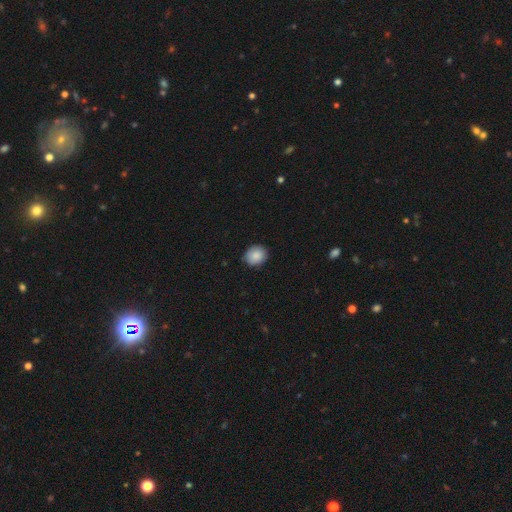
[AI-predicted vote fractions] The model was most divided on "how rounded": round: 73%, in between: 26%, cigar-shaped: 1%. More confident: smooth or featured — smooth (87%); merging — none (85%).